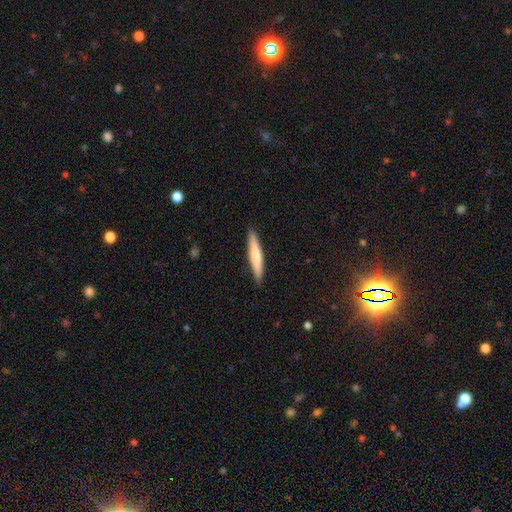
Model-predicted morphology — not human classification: Overall: smooth (63%; featured or disk 31%). How rounded: cigar-shaped (93%). Merging: none (91%).